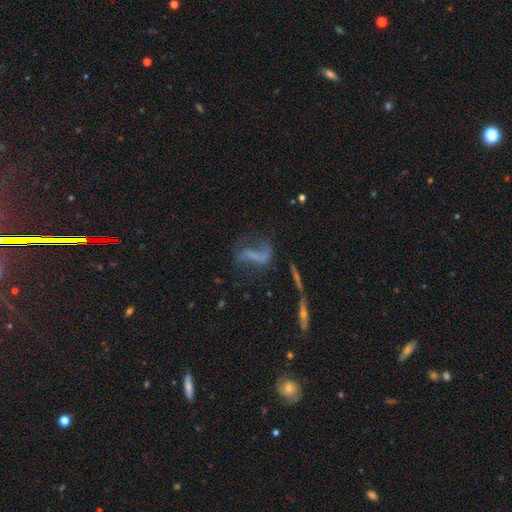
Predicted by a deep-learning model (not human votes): Smooth or featured? featured or disk (63%)
Edge-on disk? no (91%)
Bar? strong (39%)
Spiral arms? yes (71%)
Bulge size? none (73%)
Merging? none (45%)